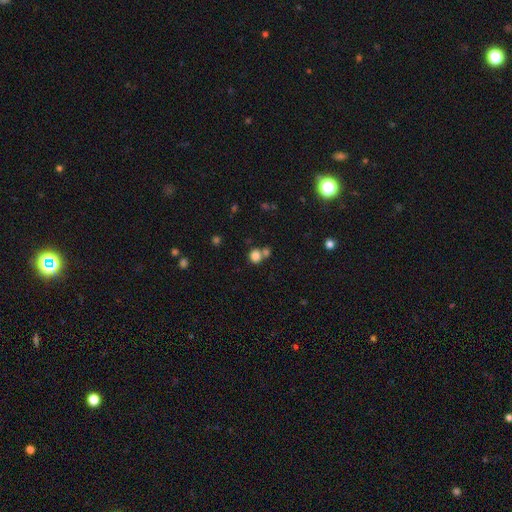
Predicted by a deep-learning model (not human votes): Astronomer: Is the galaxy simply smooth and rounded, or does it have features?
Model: smooth — 82%.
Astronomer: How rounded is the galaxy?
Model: round — 82%.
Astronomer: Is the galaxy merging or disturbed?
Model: none — 53% (runner-up: merger, 34%).